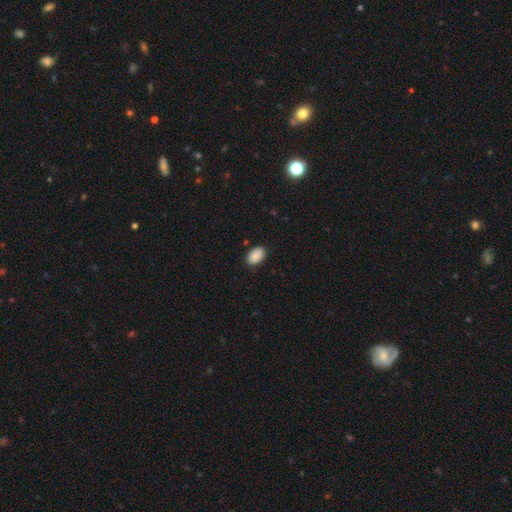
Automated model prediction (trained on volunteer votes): smooth_or_featured: smooth (p=0.89) [alt: star or artifact p=0.07]
how_rounded: in between (p=0.89) [alt: round p=0.10]
merging: none (p=0.87) [alt: minor disturbance p=0.10]